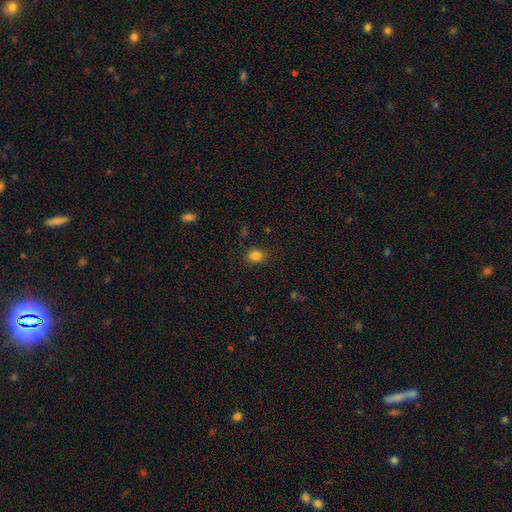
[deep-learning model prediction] A smooth galaxy with no disk features (82%) that is round (50%). Merging: none (85%).